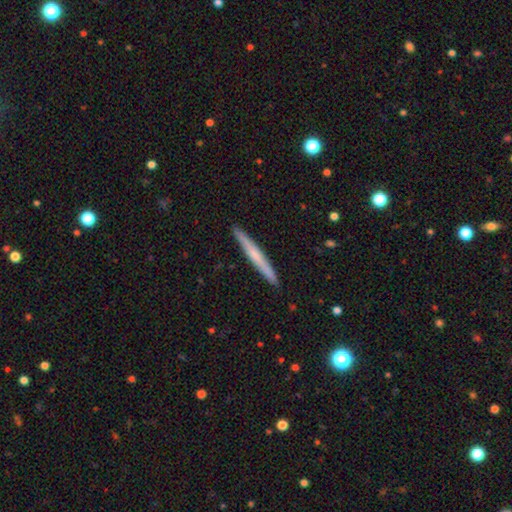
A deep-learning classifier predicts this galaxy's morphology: A smooth galaxy with no disk features (49%).

Vote fractions:
- Smooth or featured? smooth: 49% / featured or disk: 45% / star or artifact: 6%
- Merging? none: 92% / minor disturbance: 5% / major disturbance: 1% / merger: 1%